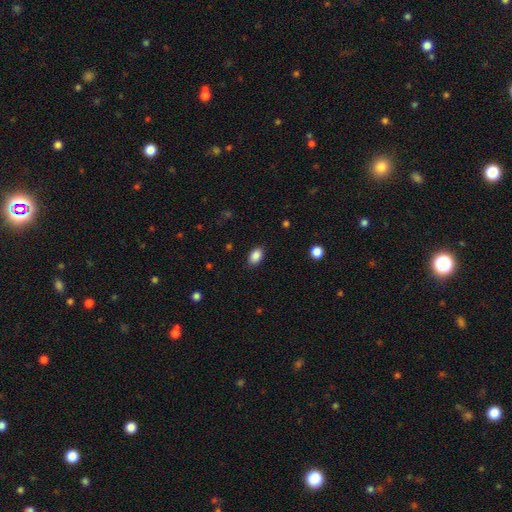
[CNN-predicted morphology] smooth 88%, star or artifact 8%, featured or disk 4%. Down the decision tree: how rounded — in between (87%); merging — none (86%).